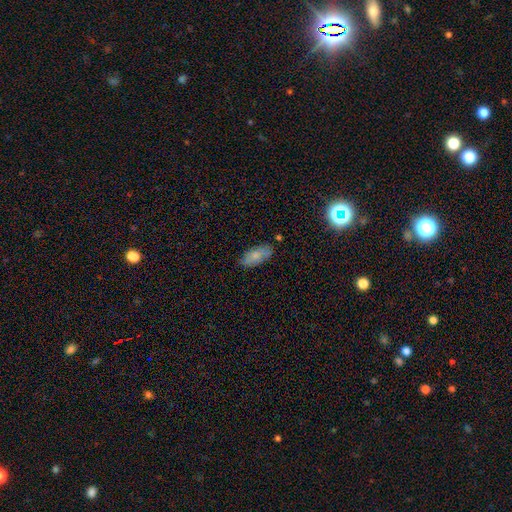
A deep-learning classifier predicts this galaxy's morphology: A smooth galaxy with no disk features (75%) that is in between round and cigar-shaped (87%). Merging: none (79%).